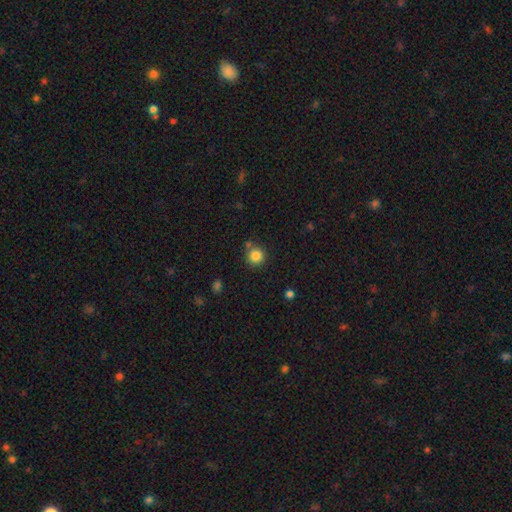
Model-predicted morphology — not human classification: Q: Smooth or featured?
A: smooth (84%); runner-up: star or artifact (11%)
Q: How rounded?
A: round (94%); runner-up: in between (5%)
Q: Merging?
A: none (78%); runner-up: minor disturbance (9%)